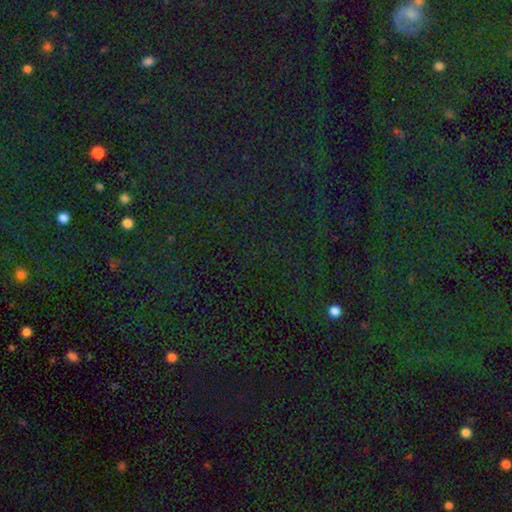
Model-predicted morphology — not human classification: This is clearly a star or artifact rather than a galaxy (82%).